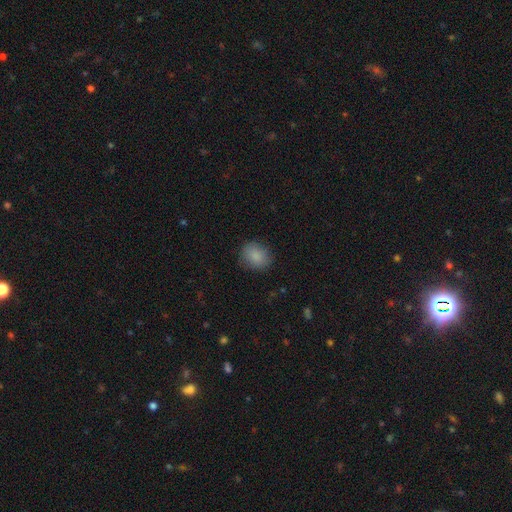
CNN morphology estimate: Smooth or featured? smooth (87%)
How rounded? round (64%)
Merging? none (82%)